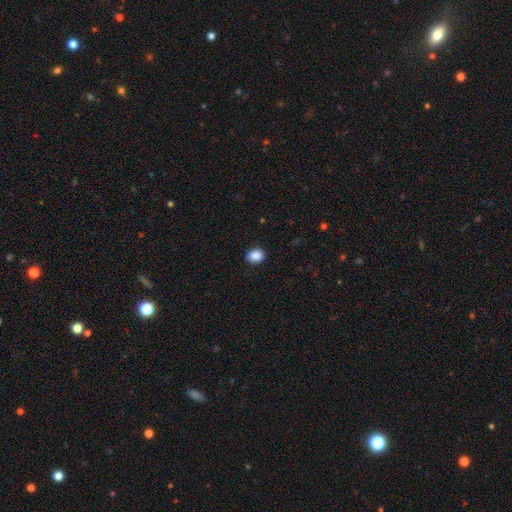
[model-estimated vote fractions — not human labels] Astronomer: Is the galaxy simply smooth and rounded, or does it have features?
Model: smooth — 88%.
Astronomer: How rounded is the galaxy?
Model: round — 54% (runner-up: in between, 45%).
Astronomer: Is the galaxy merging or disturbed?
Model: none — 90%.